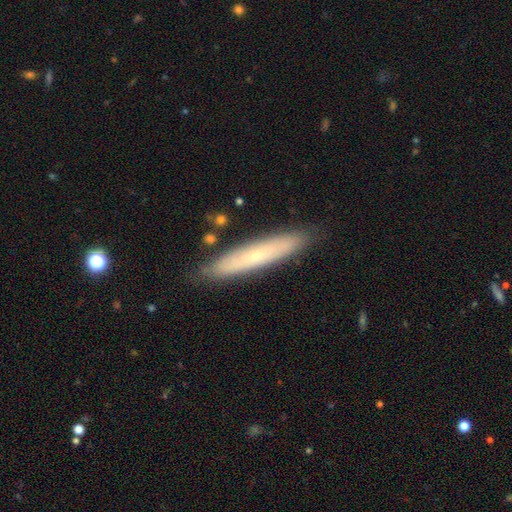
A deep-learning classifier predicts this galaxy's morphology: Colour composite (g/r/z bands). It shows a smooth galaxy with no disk features (52%) that is cigar-shaped (90%). Merging: none (85%).